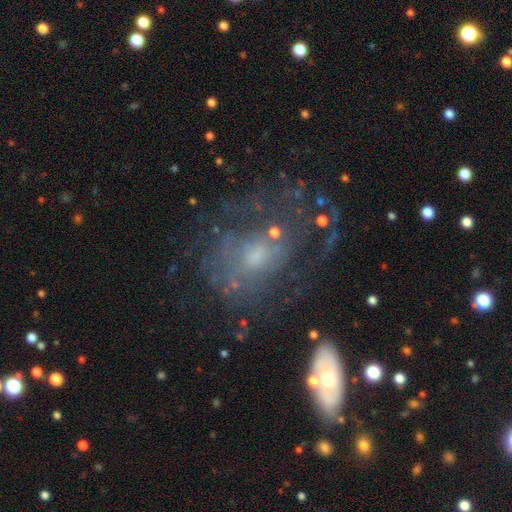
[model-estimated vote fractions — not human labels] Q: Smooth or featured?
A: featured or disk (64%); runner-up: smooth (22%)
Q: Edge-on disk?
A: no (96%); runner-up: yes (4%)
Q: Bar?
A: no (72%); runner-up: weak (24%)
Q: Spiral arms?
A: yes (63%); runner-up: no (37%)
Q: Bulge size?
A: small (47%); runner-up: moderate (38%)
Q: Merging?
A: none (46%); runner-up: major disturbance (27%)